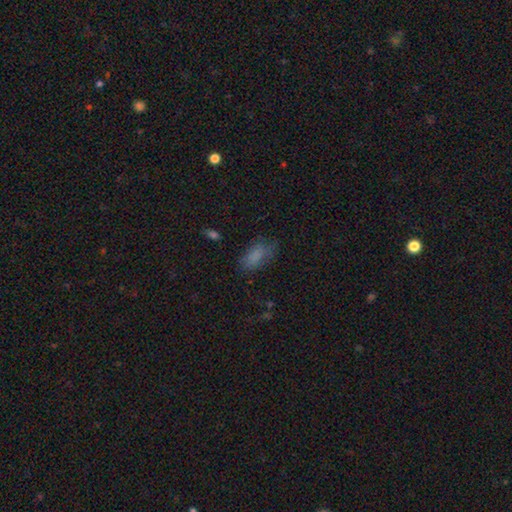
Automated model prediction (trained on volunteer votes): Smooth or featured?
  - smooth: 76% *
  - star or artifact: 13%
  - featured or disk: 11%
How rounded?
  - in between: 89% *
  - cigar-shaped: 8%
  - round: 4%
Merging?
  - none: 62% *
  - minor disturbance: 25%
  - major disturbance: 11%
  - merger: 2%